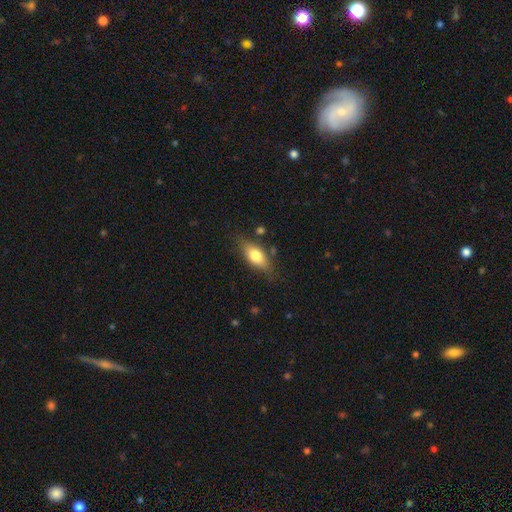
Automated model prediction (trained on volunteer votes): A smooth galaxy with no disk features (72%) that is in between round and cigar-shaped (80%). Merging: none (75%).